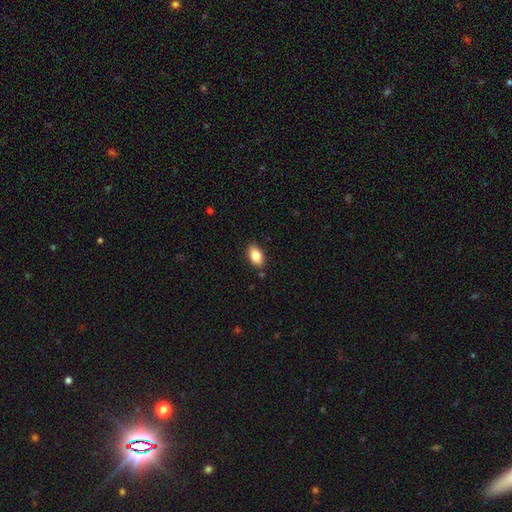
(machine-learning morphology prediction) smooth 84%, featured or disk 8%, star or artifact 8%. Down the decision tree: how rounded — in between (90%); merging — none (86%).